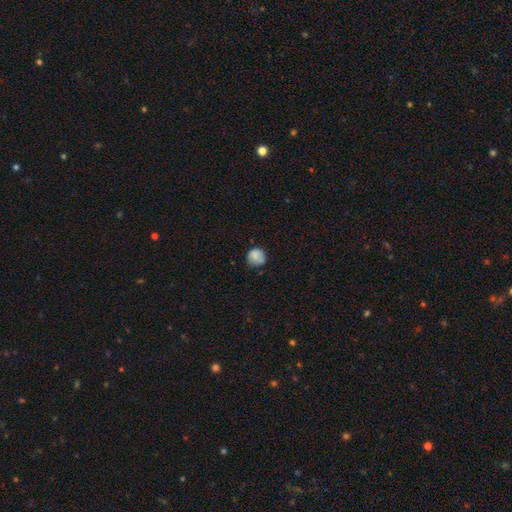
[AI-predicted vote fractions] Smooth or featured?
  - smooth: 81% *
  - featured or disk: 11%
  - star or artifact: 8%
How rounded?
  - round: 86% *
  - in between: 13%
  - cigar-shaped: 1%
Merging?
  - none: 64% *
  - minor disturbance: 27%
  - major disturbance: 6%
  - merger: 2%